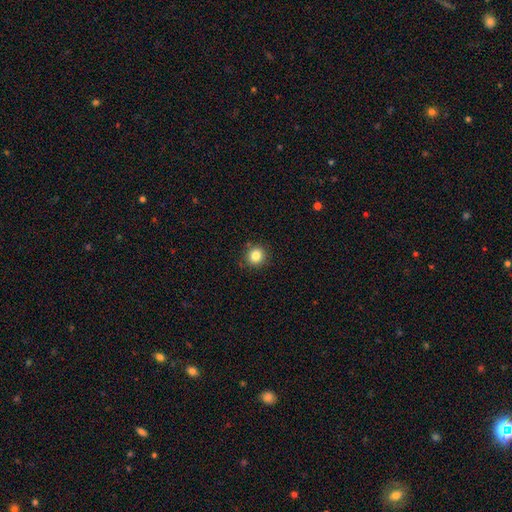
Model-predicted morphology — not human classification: This appears to be a smooth galaxy with no disk features (83%) that is round (90%). Merging: none (89%).